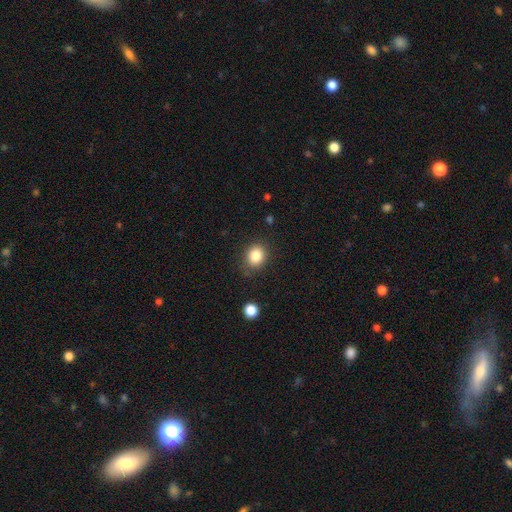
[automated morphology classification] smooth 84%, star or artifact 10%, featured or disk 6%. Down the decision tree: how rounded — round (66%); merging — none (82%).